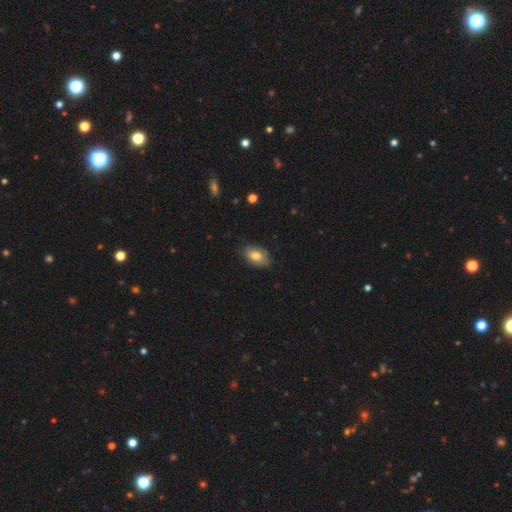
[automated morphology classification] smooth 78%, featured or disk 14%, star or artifact 7%. Down the decision tree: how rounded — in between (90%); merging — none (78%).